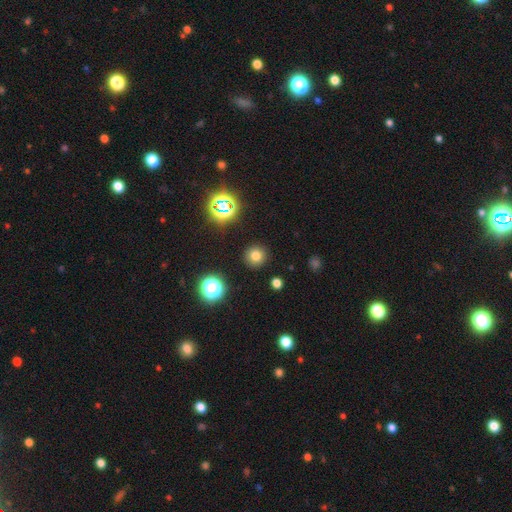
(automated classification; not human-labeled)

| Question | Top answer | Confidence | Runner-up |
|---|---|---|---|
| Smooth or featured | smooth | 75% | star or artifact (18%) |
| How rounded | round | 93% | in between (6%) |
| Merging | none | 90% | minor disturbance (6%) |